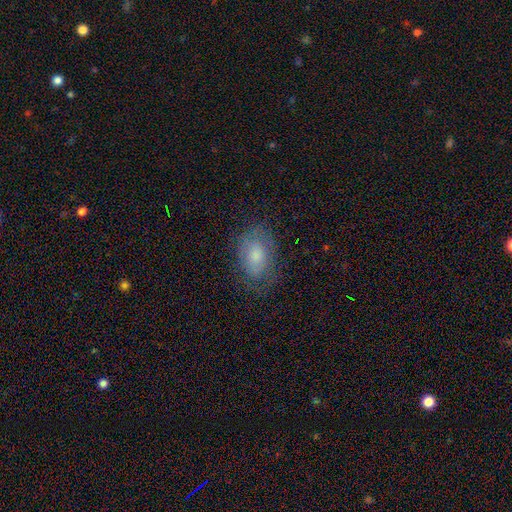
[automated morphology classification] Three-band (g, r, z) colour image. It shows a smooth galaxy with no disk features (67%) that is in between round and cigar-shaped (85%). Merging: none (70%).